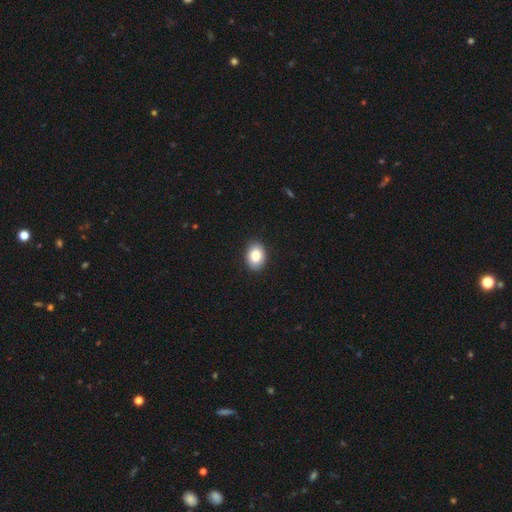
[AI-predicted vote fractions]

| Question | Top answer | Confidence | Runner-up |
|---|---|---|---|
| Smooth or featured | smooth | 84% | featured or disk (8%) |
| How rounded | in between | 74% | round (25%) |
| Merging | none | 90% | minor disturbance (7%) |